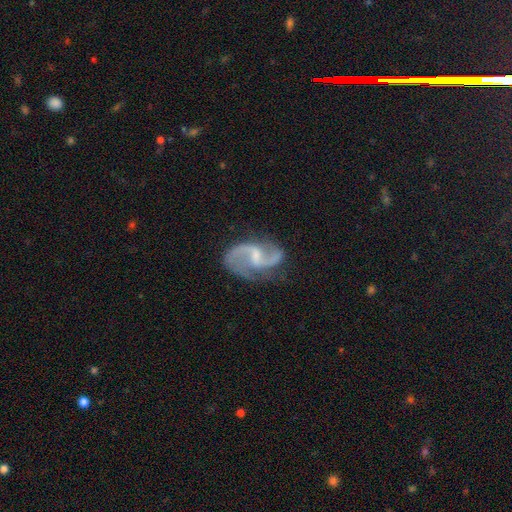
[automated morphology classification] Smooth or featured? featured or disk (91%)
Edge-on disk? no (98%)
Bar? weak (55%)
Spiral arms? yes (98%)
Spiral winding? loose (48%)
Spiral arm count? 2 (93%)
Bulge size? small (50%)
Merging? none (74%)